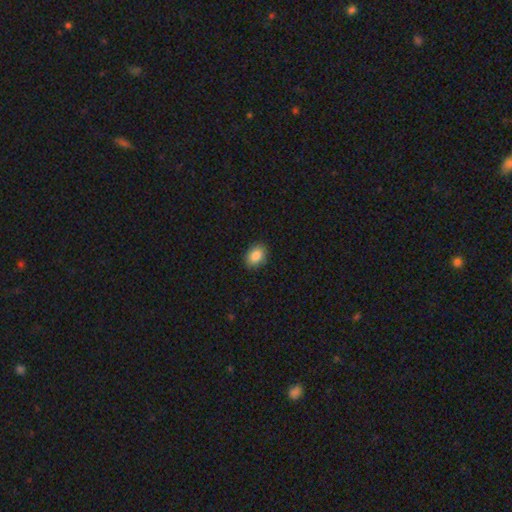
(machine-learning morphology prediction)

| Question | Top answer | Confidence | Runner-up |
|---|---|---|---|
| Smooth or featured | smooth | 88% | star or artifact (8%) |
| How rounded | in between | 76% | round (22%) |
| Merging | none | 89% | minor disturbance (8%) |